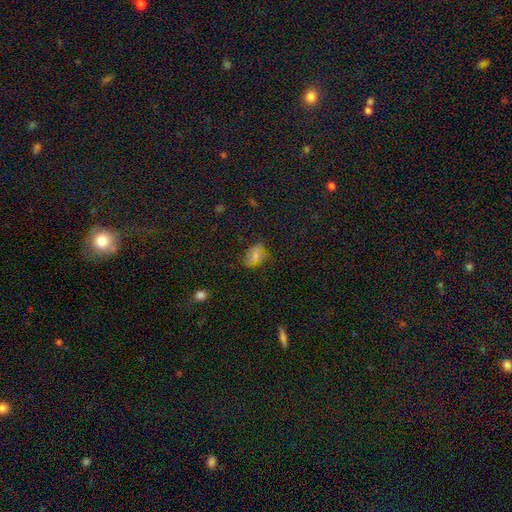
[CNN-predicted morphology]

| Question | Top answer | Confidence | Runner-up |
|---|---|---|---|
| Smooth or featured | smooth | 63% | star or artifact (21%) |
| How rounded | in between | 80% | round (15%) |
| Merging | none | 73% | minor disturbance (18%) |